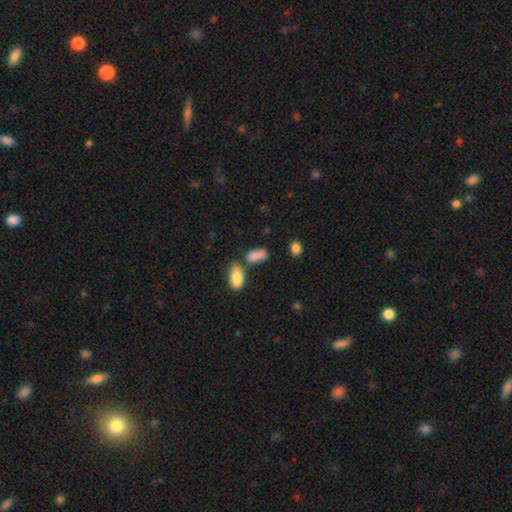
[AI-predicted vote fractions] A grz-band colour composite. It shows a smooth galaxy with no disk features (86%) that is in between round and cigar-shaped (85%). Merging: none (50%).